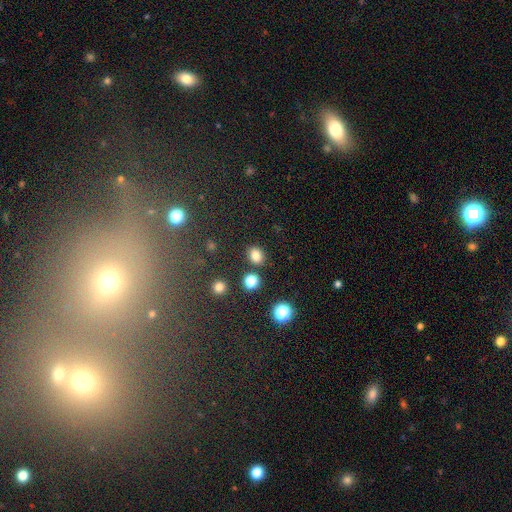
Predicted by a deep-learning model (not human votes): The model was most divided on "how rounded": round: 52%, in between: 47%, cigar-shaped: 1%. More confident: smooth or featured — smooth (82%); merging — none (80%).